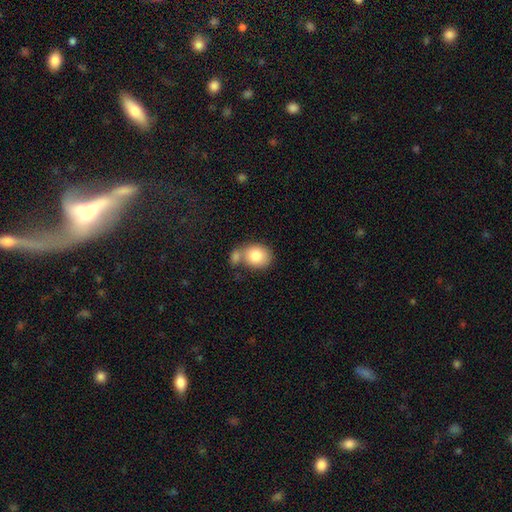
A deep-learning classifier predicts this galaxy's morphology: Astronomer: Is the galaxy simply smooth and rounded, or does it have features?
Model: smooth — 80%.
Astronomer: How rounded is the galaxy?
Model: round — 56% (runner-up: in between, 43%).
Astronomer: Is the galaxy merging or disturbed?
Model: merger — 40% (runner-up: none, 39%).